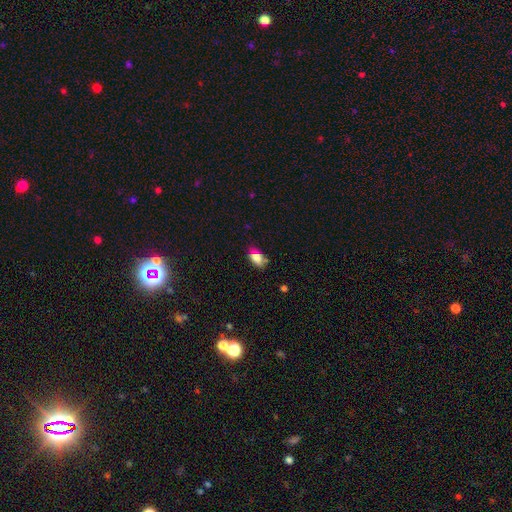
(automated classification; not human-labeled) smooth-or-featured: smooth: 77% | star or artifact: 12% | featured or disk: 11%
  how-rounded: in between: 88% | round: 9% | cigar-shaped: 3%
  merging: none: 67% | minor disturbance: 22% | merger: 5% | major disturbance: 5%